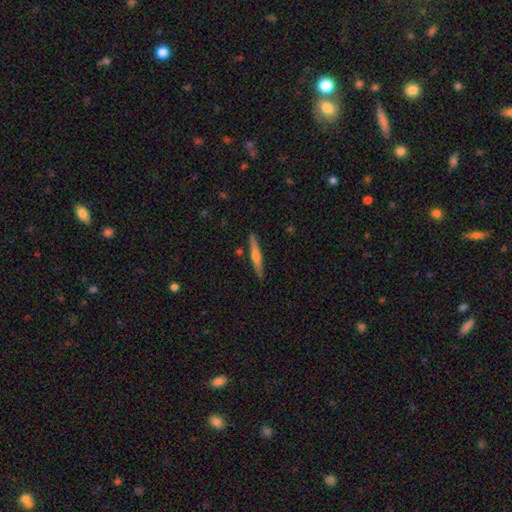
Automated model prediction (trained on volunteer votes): smooth_or_featured: featured or disk (p=0.56) [alt: smooth p=0.39]
disk_edge_on: yes (p=0.97) [alt: no p=0.03]
edge_on_bulge: rounded (p=0.76) [alt: none p=0.16]
merging: none (p=0.88) [alt: minor disturbance p=0.08]